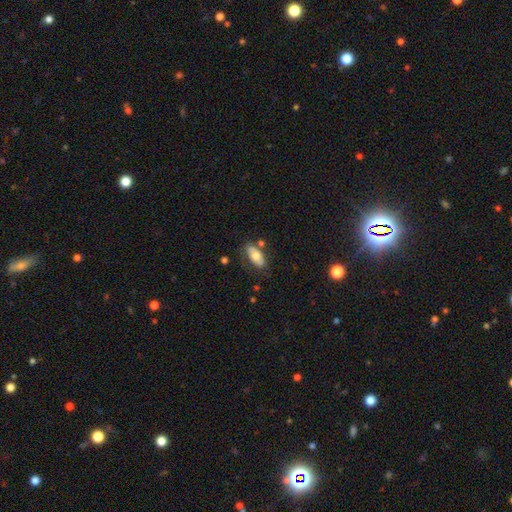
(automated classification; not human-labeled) This appears to be a smooth galaxy with no disk features (64%) that is in between round and cigar-shaped (89%). Merging: none (65%).